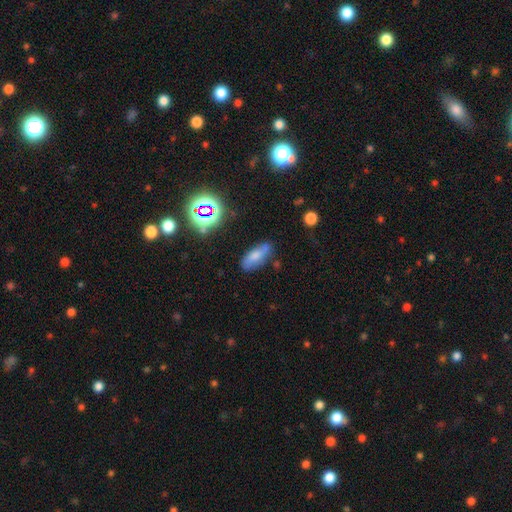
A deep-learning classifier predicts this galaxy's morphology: This appears to be a smooth galaxy with no disk features (65%) that is in between round and cigar-shaped (73%). Merging: none (72%).